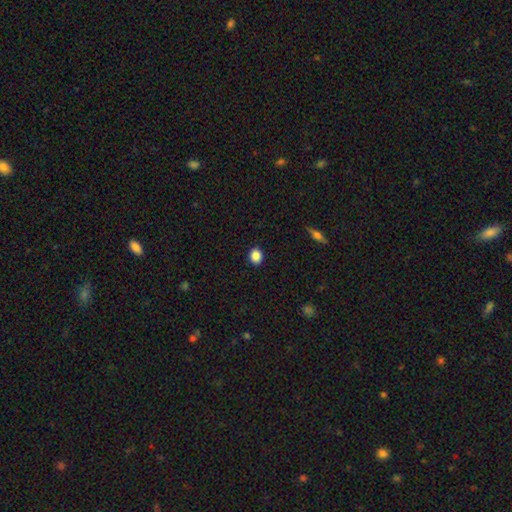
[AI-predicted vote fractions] A smooth galaxy with no disk features (87%) that is round (71%). Merging: none (91%).